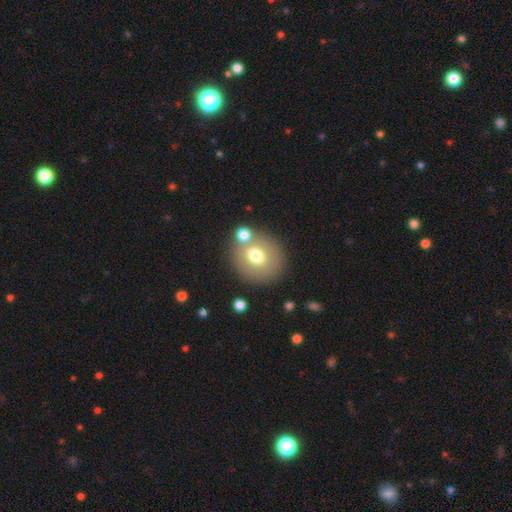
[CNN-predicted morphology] The model was most divided on "smooth or featured": smooth: 65%, featured or disk: 25%, star or artifact: 10%. More confident: how rounded — round (80%); merging — none (72%).